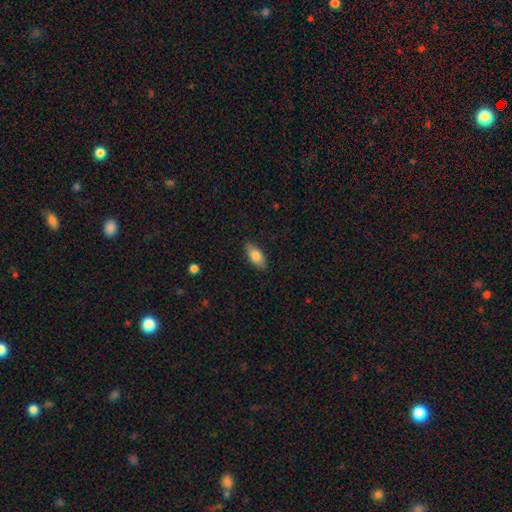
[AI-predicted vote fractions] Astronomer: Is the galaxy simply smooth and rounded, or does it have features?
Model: smooth — 78%.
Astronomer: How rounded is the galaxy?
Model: in between — 87%.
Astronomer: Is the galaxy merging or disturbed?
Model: none — 85%.